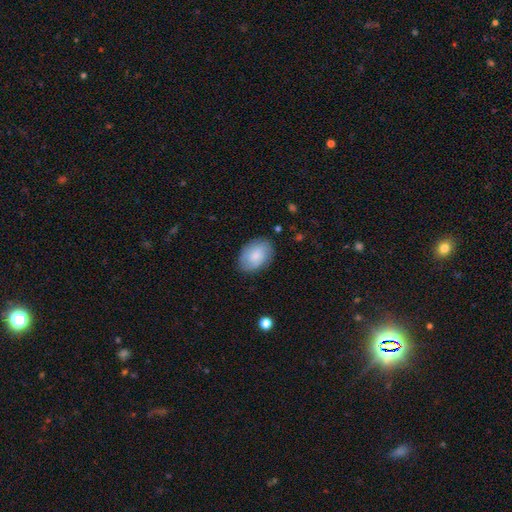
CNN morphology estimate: A smooth galaxy with no disk features (74%) that is in between round and cigar-shaped (84%). Merging: none (82%).